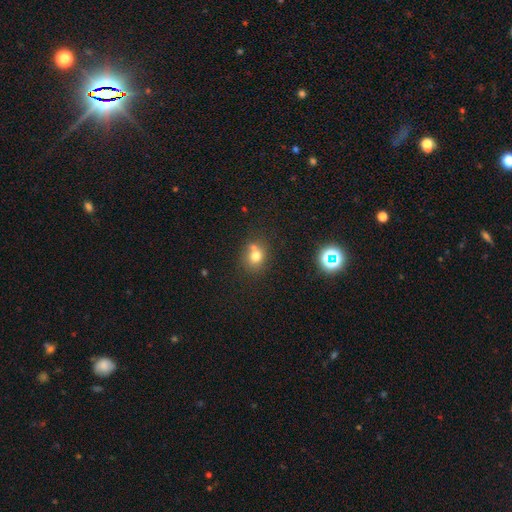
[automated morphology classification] A smooth galaxy with no disk features (73%) that is round (73%). Merging: none (54%).